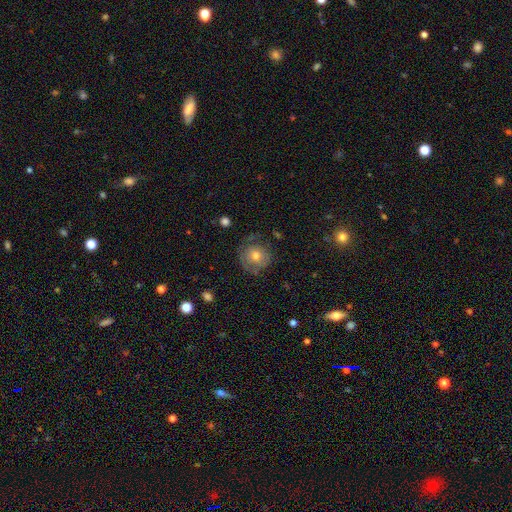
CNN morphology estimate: Smooth or featured? Predicted: smooth (p=0.50). How rounded? Predicted: round (p=0.89). Merging? Predicted: none (p=0.67).